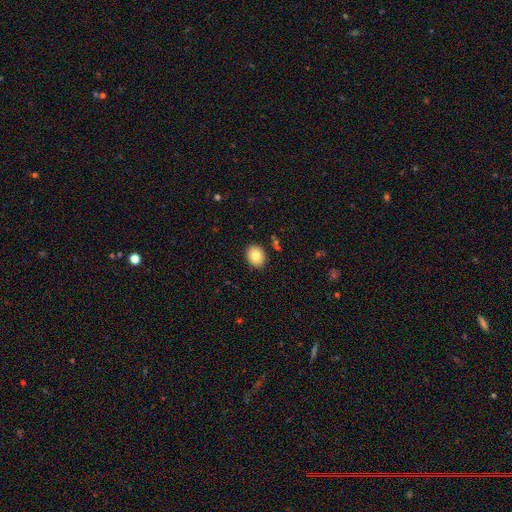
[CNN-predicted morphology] Smooth or featured? smooth (81%)
How rounded? round (54%)
Merging? none (89%)